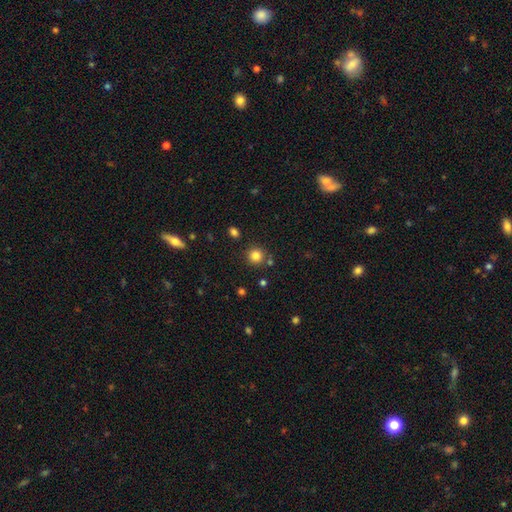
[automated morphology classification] smooth 82%, star or artifact 13%, featured or disk 5%. Down the decision tree: how rounded — round (93%); merging — none (83%).